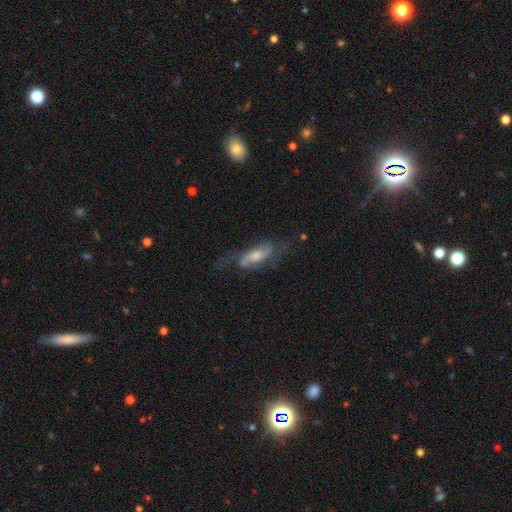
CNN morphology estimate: Smooth or featured: featured or disk — 70% (smooth — 22%)
Edge-on disk: no — 78% (yes — 22%)
Bar: no — 49% (weak — 37%)
Spiral arms: yes — 88% (no — 12%)
Bulge size: moderate — 53% (small — 30%)
Merging: none — 57% (minor disturbance — 22%)